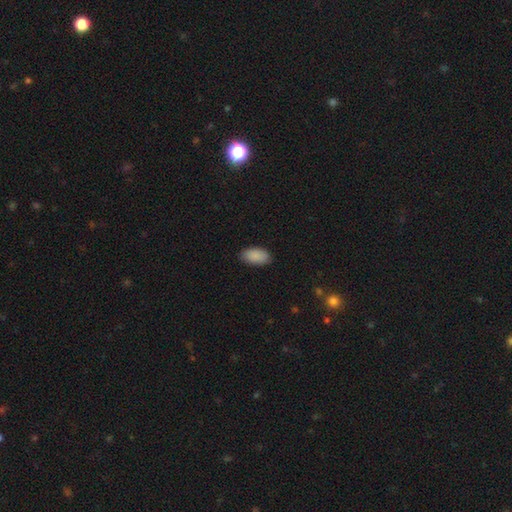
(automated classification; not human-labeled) This is clearly a smooth galaxy (89%). How rounded: clearly in between (95%). Merging: clearly none (86%).